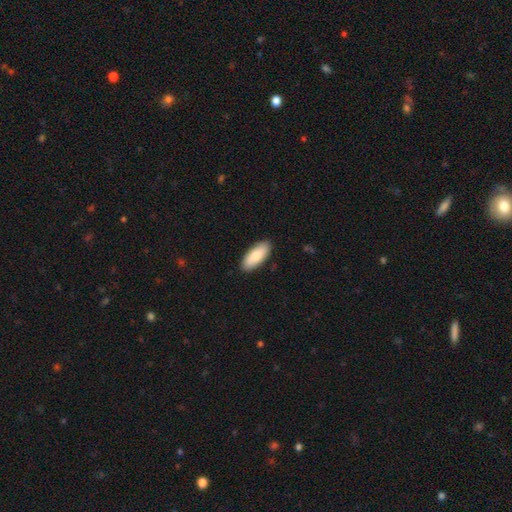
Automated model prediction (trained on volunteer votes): Smooth or featured: smooth — 82% (featured or disk — 13%)
How rounded: in between — 83% (cigar-shaped — 15%)
Merging: none — 90% (minor disturbance — 8%)